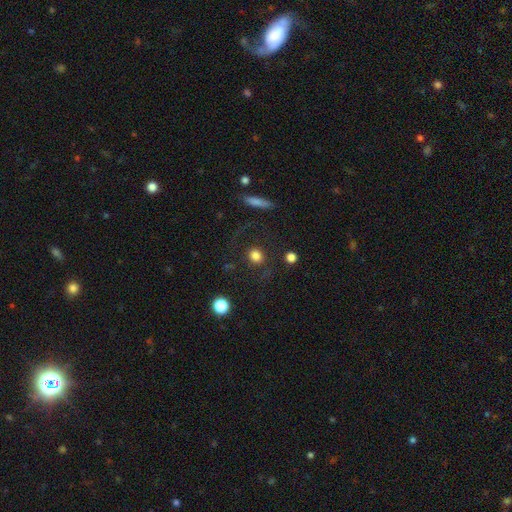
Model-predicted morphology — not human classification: This appears to be a smooth galaxy with no disk features (77%) that is round (82%). Merging: none (80%).